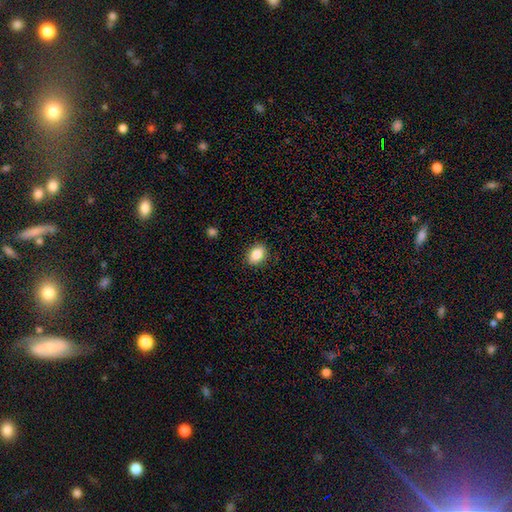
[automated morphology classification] This appears to be a smooth galaxy with no disk features (85%) that is in between round and cigar-shaped (70%). Merging: none (88%).